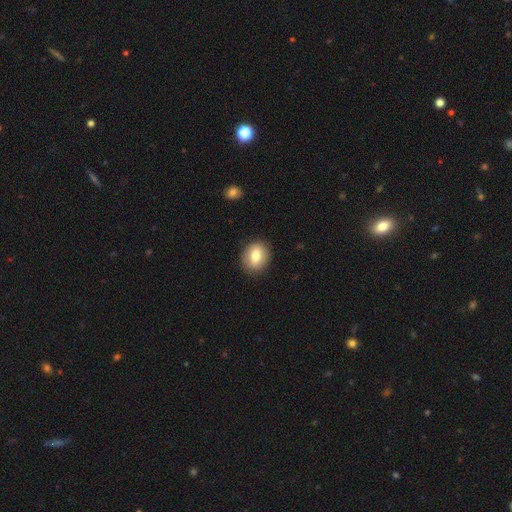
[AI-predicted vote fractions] The model was most divided on "how rounded": in between: 51%, round: 47%, cigar-shaped: 1%. More confident: merging — none (89%); smooth or featured — smooth (75%).